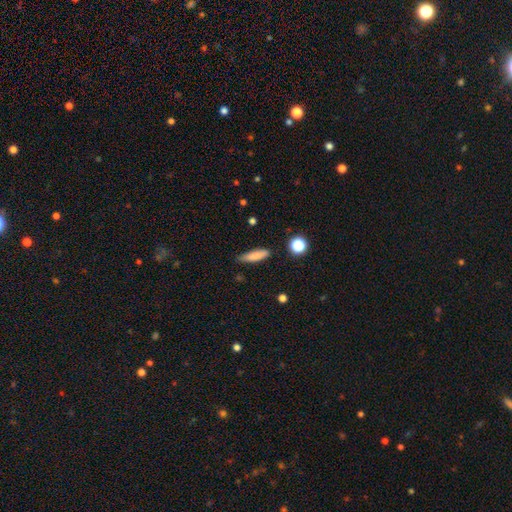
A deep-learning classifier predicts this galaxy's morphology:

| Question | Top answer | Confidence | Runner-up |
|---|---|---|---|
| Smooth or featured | smooth | 82% | featured or disk (10%) |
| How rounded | cigar-shaped | 67% | in between (31%) |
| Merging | none | 78% | minor disturbance (17%) |